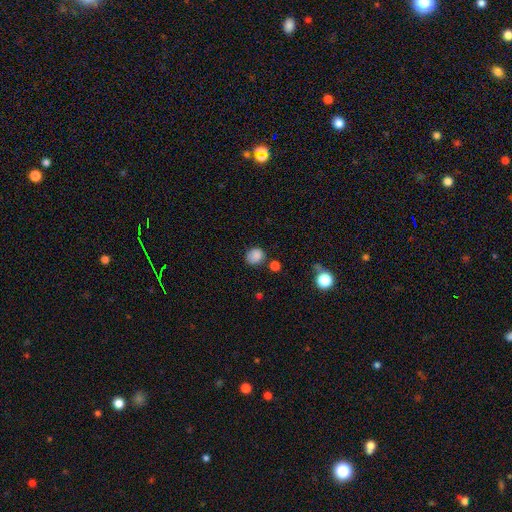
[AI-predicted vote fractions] This is clearly a smooth galaxy (84%). How rounded: likely round (76%). Merging: likely none (73%).